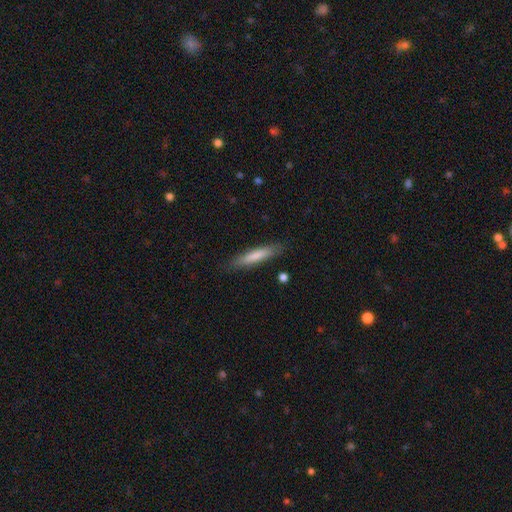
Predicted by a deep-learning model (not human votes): A smooth galaxy with no disk features (77%) that is cigar-shaped (88%).

Vote fractions:
- Smooth or featured? smooth: 77% / featured or disk: 17% / star or artifact: 6%
- How rounded? cigar-shaped: 88% / in between: 11% / round: 1%
- Merging? none: 86% / minor disturbance: 11% / major disturbance: 2% / merger: 1%